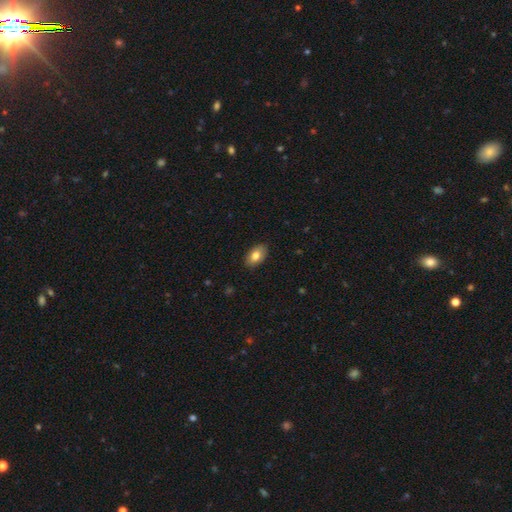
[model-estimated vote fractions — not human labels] Smooth or featured? Predicted: smooth (p=0.81). How rounded? Predicted: in between (p=0.92). Merging? Predicted: none (p=0.88).